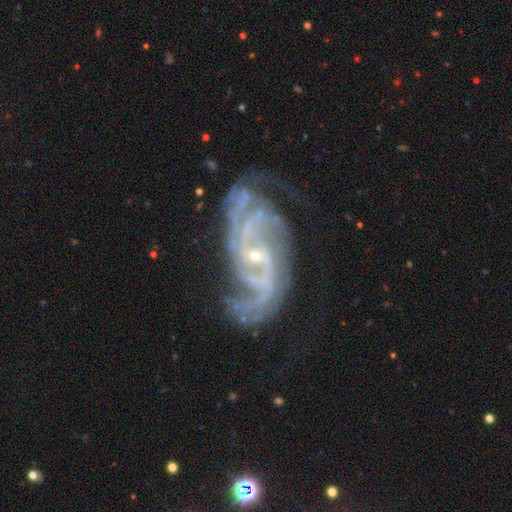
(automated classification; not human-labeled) Smooth or featured? Predicted: featured or disk (p=0.91). Edge-on disk? Predicted: no (p=0.97). Bar? Predicted: no (p=0.41). Spiral arms? Predicted: yes (p=0.98). Spiral winding? Predicted: medium (p=0.45). Spiral arm count? Predicted: 2 (p=0.28). Bulge size? Predicted: small (p=0.80). Merging? Predicted: none (p=0.68).